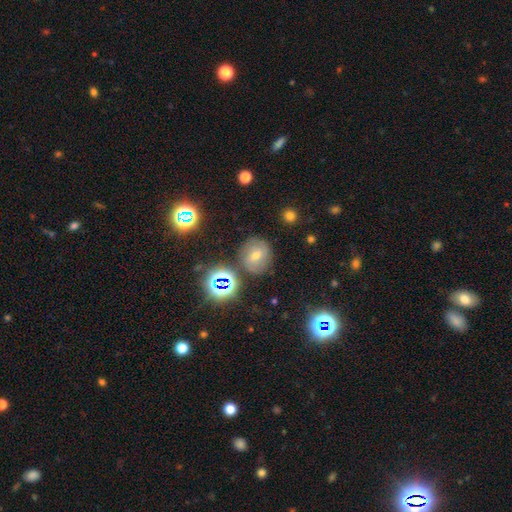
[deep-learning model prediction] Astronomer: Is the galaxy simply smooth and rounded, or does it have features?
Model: featured or disk — 37% (runner-up: smooth, 32%).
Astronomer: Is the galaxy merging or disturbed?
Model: none — 79%.